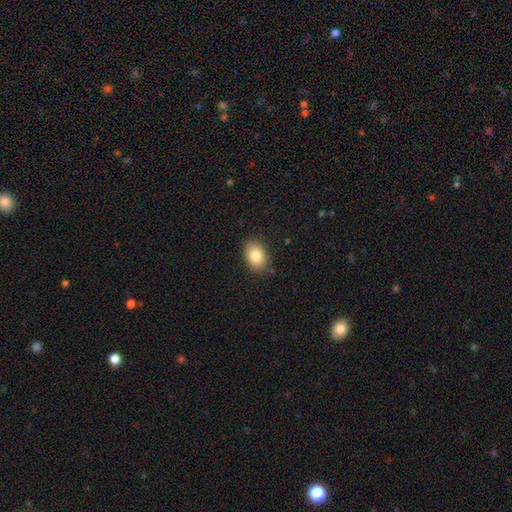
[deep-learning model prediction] Smooth or featured: smooth — 83% (featured or disk — 9%)
How rounded: in between — 81% (round — 18%)
Merging: none — 85% (minor disturbance — 11%)